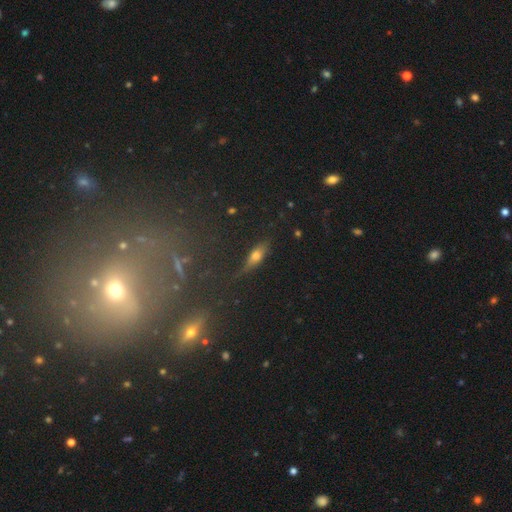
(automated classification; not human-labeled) Smooth or featured? smooth (44%)
Merging? none (79%)